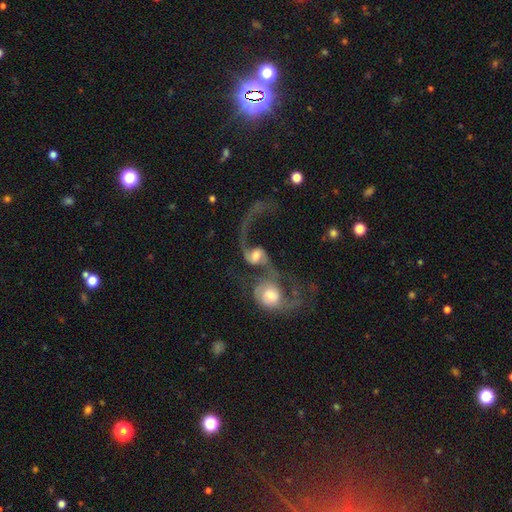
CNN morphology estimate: The model was most divided on "bar": no: 43%, weak: 40%, strong: 17%. More confident: edge-on disk — no (97%); spiral arms — yes (92%); smooth or featured — featured or disk (78%); merging — merger (77%); spiral winding — loose (76%); spiral arm count — 2 (71%); bulge size — moderate (56%).